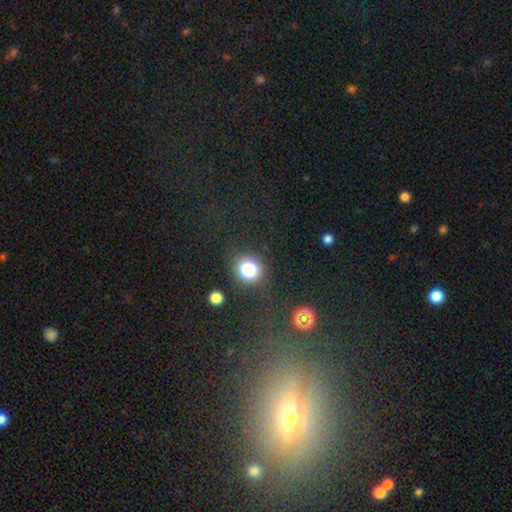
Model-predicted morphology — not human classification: Smooth or featured?
  - smooth: 42% * (tied)
  - star or artifact: 42% * (tied)
  - featured or disk: 17%
Merging?
  - none: 80% *
  - minor disturbance: 9%
  - major disturbance: 7%
  - merger: 4%